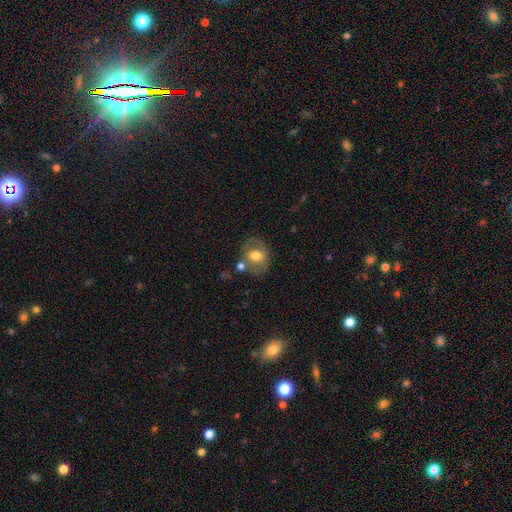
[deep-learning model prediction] This appears to be a smooth galaxy with no disk features (58%) that is round (54%). Merging: none (58%).